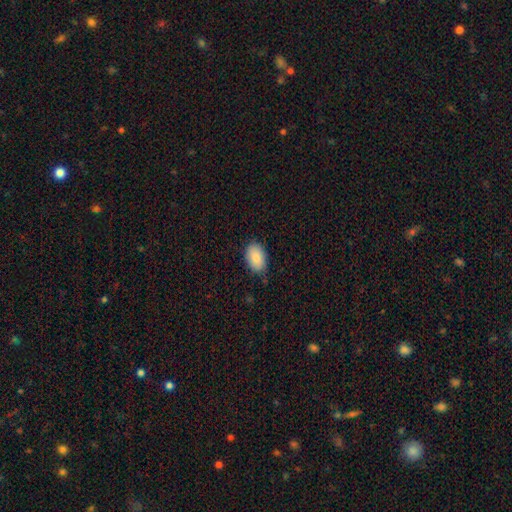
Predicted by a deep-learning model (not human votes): smooth-or-featured: smooth: 86% | featured or disk: 7% | star or artifact: 7%
  how-rounded: in between: 88% | round: 10% | cigar-shaped: 1%
  merging: none: 79% | minor disturbance: 17% | major disturbance: 3% | merger: 1%